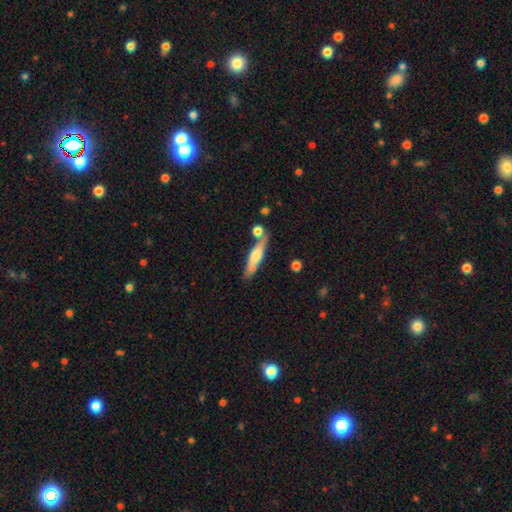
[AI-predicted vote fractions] Smooth or featured: featured or disk — 50% (smooth — 43%)
Edge-on disk: yes — 90% (no — 10%)
Merging: none — 69% (minor disturbance — 14%)